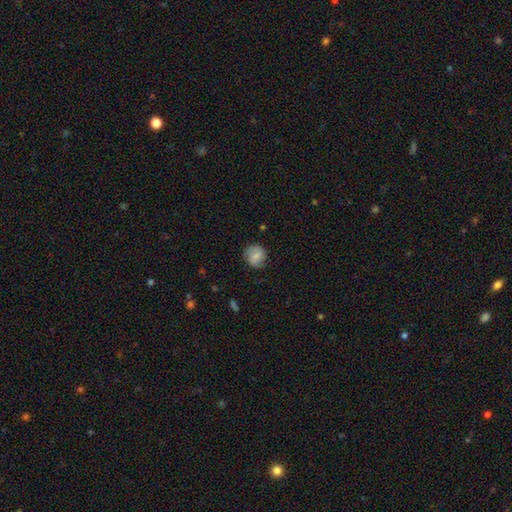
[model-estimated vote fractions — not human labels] smooth_or_featured: smooth (p=0.68) [alt: featured or disk p=0.24]
how_rounded: round (p=0.84) [alt: in between p=0.15]
merging: none (p=0.77) [alt: minor disturbance p=0.17]